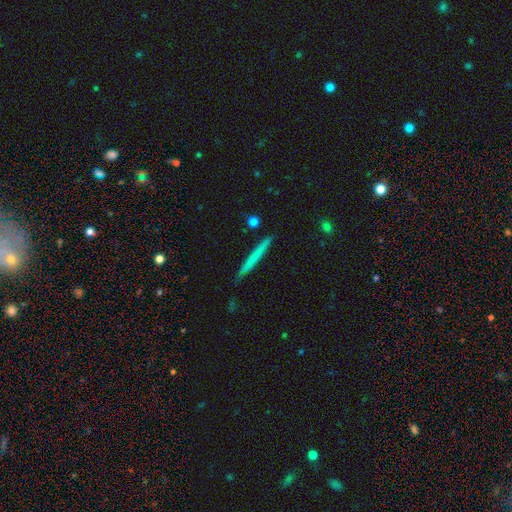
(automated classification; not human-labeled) The model was most divided on "smooth or featured": smooth: 62%, featured or disk: 32%, star or artifact: 6%. More confident: how rounded — cigar-shaped (97%); merging — none (86%).